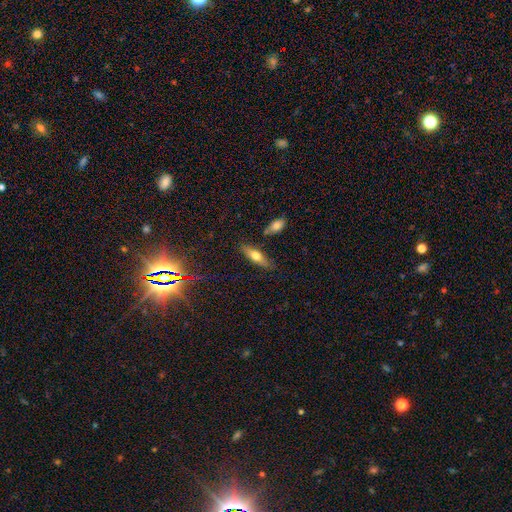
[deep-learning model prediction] smooth-or-featured: smooth: 60% | featured or disk: 31% | star or artifact: 8%
  how-rounded: in between: 50% | cigar-shaped: 48% | round: 3%
  merging: none: 78% | minor disturbance: 14% | merger: 6% | major disturbance: 3%